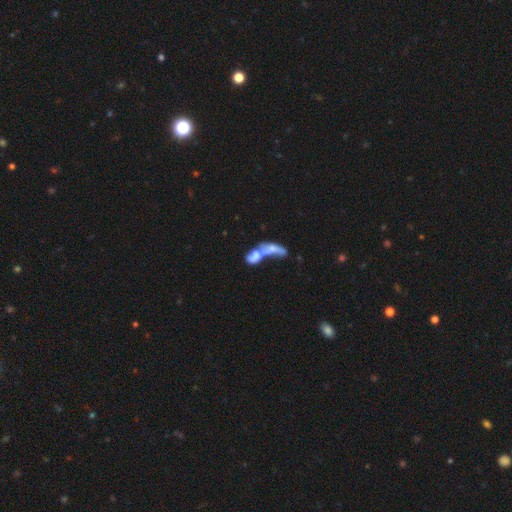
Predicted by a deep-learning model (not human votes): Overall: smooth (55%; featured or disk 34%). How rounded: in between (73%). Merging: merger (75%).